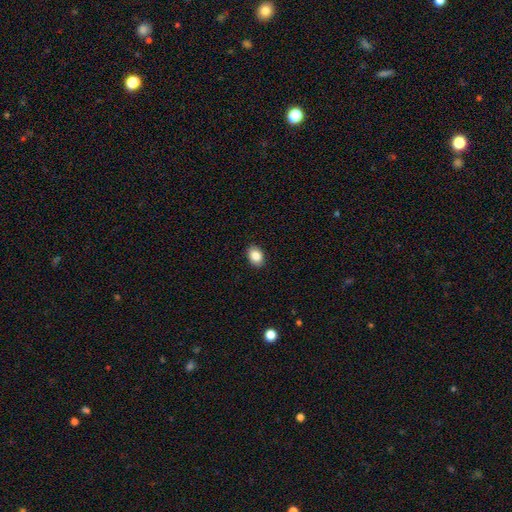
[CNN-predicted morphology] This appears to be a smooth galaxy with no disk features (85%) that is in between round and cigar-shaped (76%). Merging: none (90%).